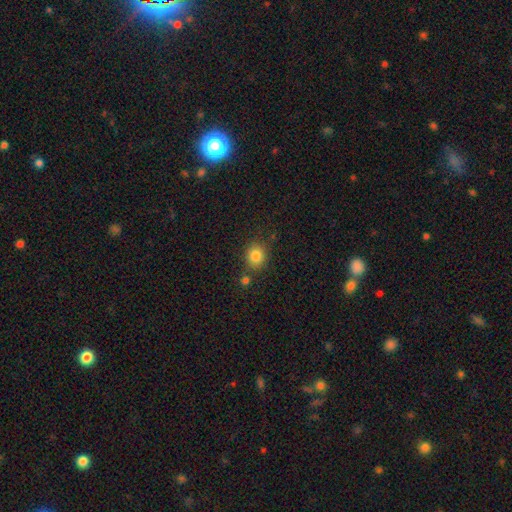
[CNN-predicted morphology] Smooth or featured: smooth — 83% (star or artifact — 11%)
How rounded: round — 77% (in between — 22%)
Merging: none — 76% (minor disturbance — 12%)